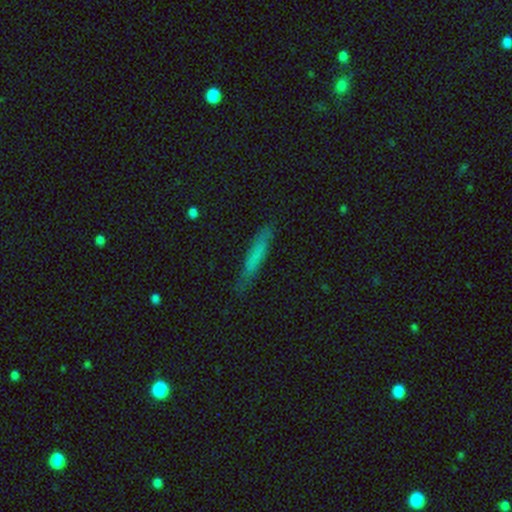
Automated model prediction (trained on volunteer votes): This appears to be a smooth galaxy with no disk features (68%) that is cigar-shaped (93%). Merging: none (81%).